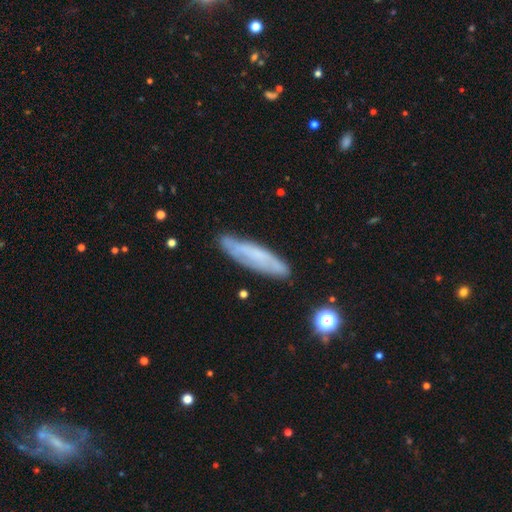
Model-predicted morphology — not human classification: type=smooth (47%); merging=none (79%).